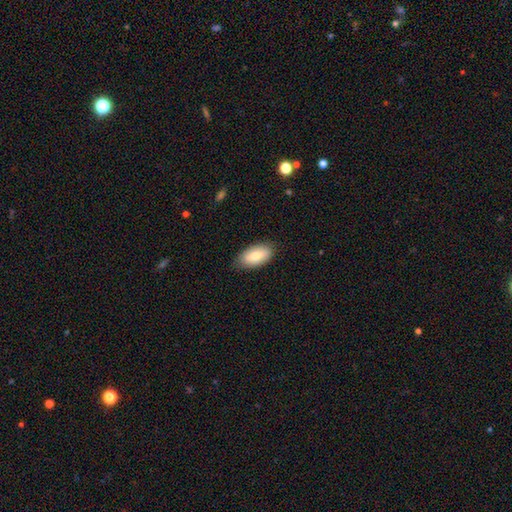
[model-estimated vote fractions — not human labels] Morphology: type=smooth (78%); roundness=in between (93%); merging=none (82%).